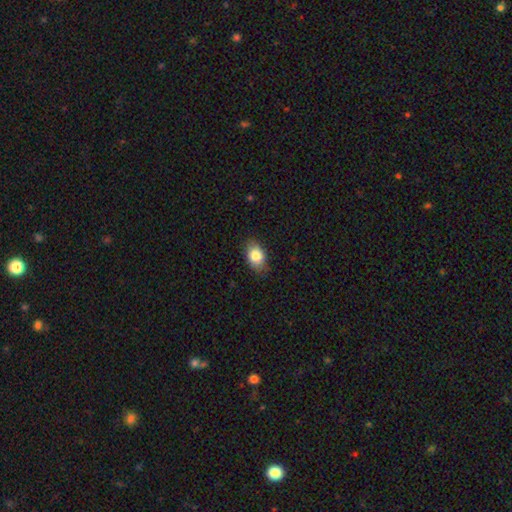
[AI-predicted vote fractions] smooth_or_featured: smooth (p=0.84) [alt: featured or disk p=0.08]
how_rounded: in between (p=0.81) [alt: round p=0.18]
merging: none (p=0.83) [alt: minor disturbance p=0.14]